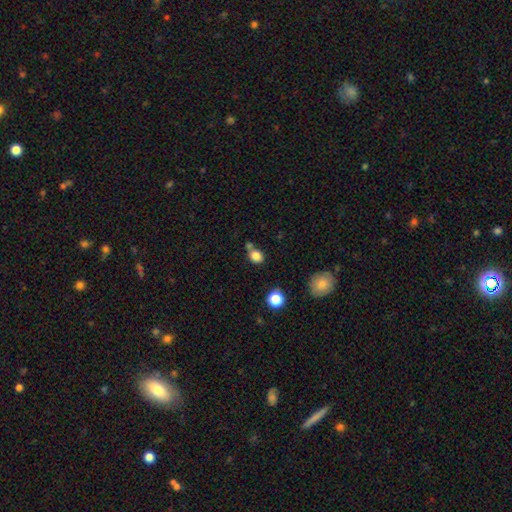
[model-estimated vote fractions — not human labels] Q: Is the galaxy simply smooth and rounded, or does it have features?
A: smooth — 82%.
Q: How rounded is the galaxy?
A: round — 57%.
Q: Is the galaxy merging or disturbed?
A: none — 55%.